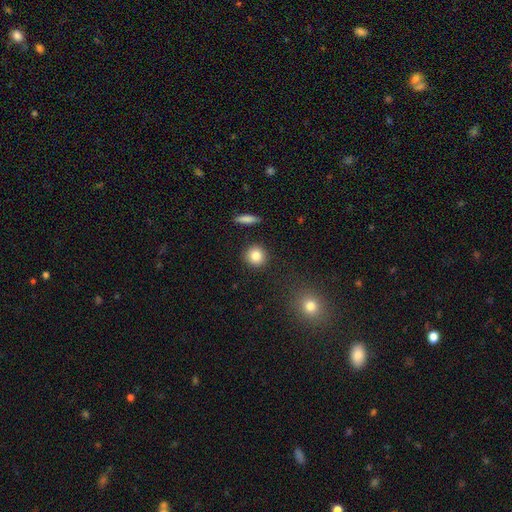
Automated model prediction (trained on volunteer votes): Smooth or featured: smooth — 84% (star or artifact — 9%)
How rounded: round — 90% (in between — 9%)
Merging: none — 89% (minor disturbance — 6%)